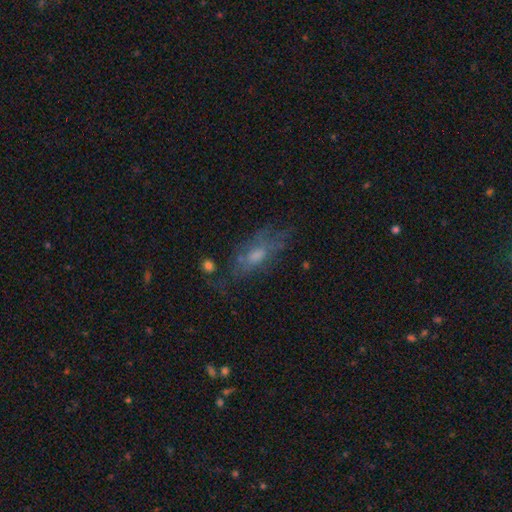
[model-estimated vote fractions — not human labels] Smooth or featured: featured or disk — 48% (smooth — 41%)
Merging: none — 51% (minor disturbance — 24%)